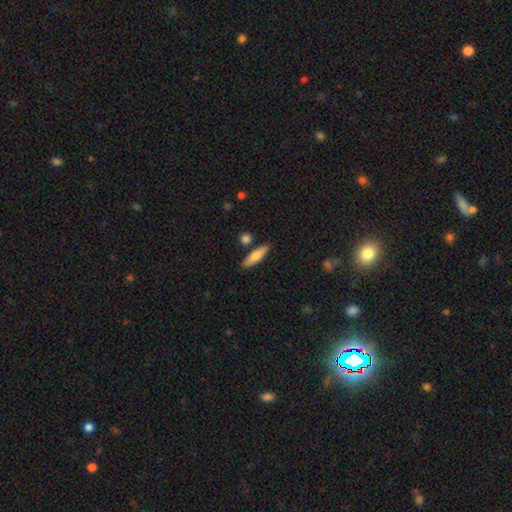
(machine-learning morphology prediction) Smooth or featured? smooth (69%)
How rounded? cigar-shaped (66%)
Merging? none (82%)